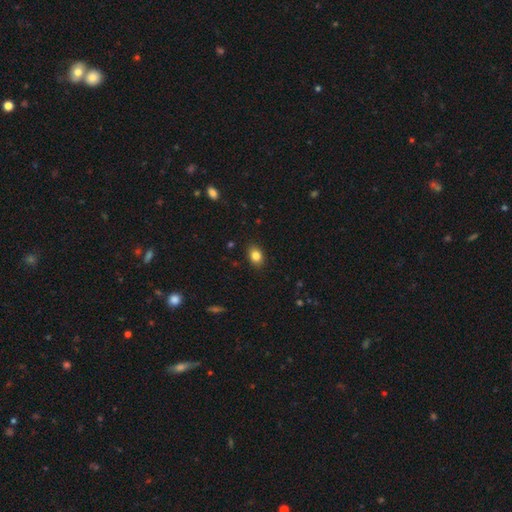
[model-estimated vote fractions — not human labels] Smooth or featured? smooth (84%)
How rounded? in between (73%)
Merging? none (88%)